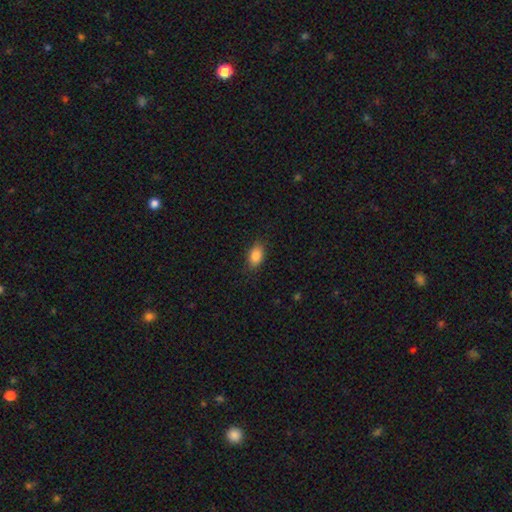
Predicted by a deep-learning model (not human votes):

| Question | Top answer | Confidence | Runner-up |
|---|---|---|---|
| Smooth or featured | smooth | 86% | star or artifact (8%) |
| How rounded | in between | 89% | round (9%) |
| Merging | none | 85% | minor disturbance (11%) |